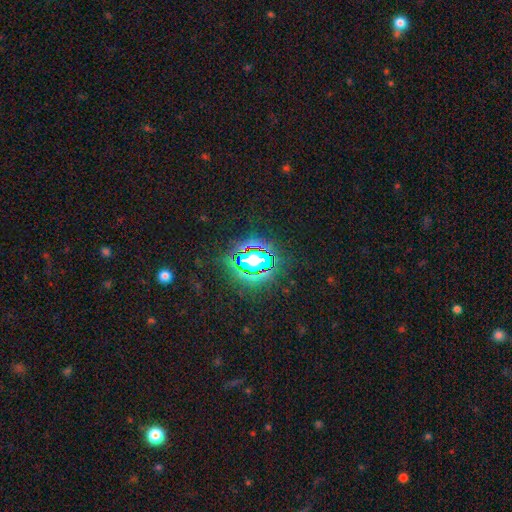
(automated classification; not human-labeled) Smooth or featured?
  - star or artifact: 80% *
  - smooth: 13%
  - featured or disk: 7%